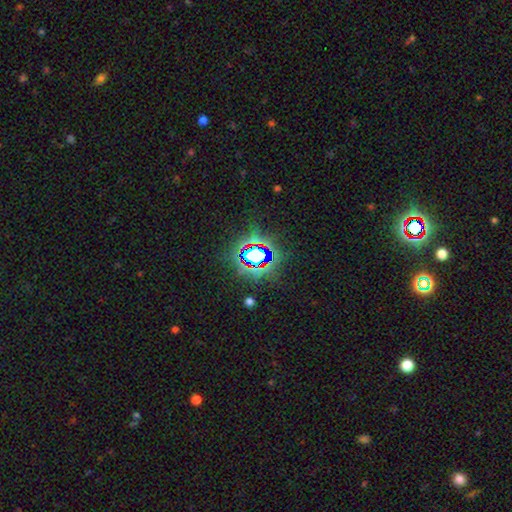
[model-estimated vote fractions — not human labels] Overall: star or artifact (75%).